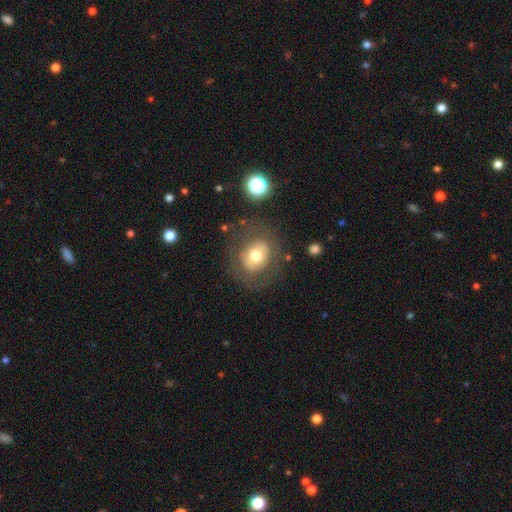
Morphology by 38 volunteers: A smooth galaxy with no disk features (76%) that is round (83%).

Vote fractions:
- Smooth or featured? smooth: 76% / featured or disk: 24% / star or artifact: 0%
- How rounded? round: 83% / in between: 17% / cigar-shaped: 0%
- Merging? none: 74% / minor disturbance: 16% / major disturbance: 11% / merger: 0%